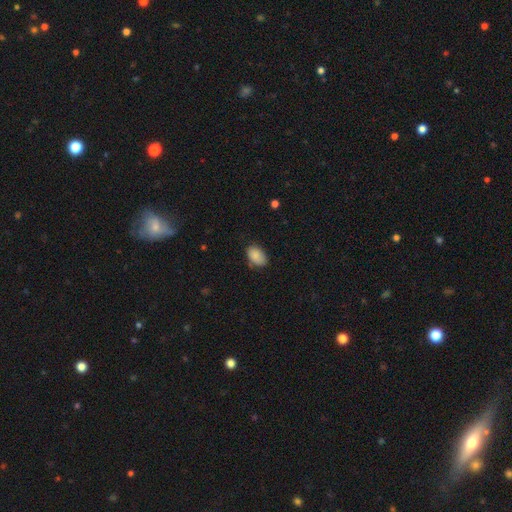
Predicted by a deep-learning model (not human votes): A smooth galaxy with no disk features (87%) that is in between round and cigar-shaped (89%).

Vote fractions:
- Smooth or featured? smooth: 87% / star or artifact: 7% / featured or disk: 6%
- How rounded? in between: 89% / round: 10% / cigar-shaped: 1%
- Merging? none: 75% / minor disturbance: 20% / major disturbance: 4% / merger: 2%